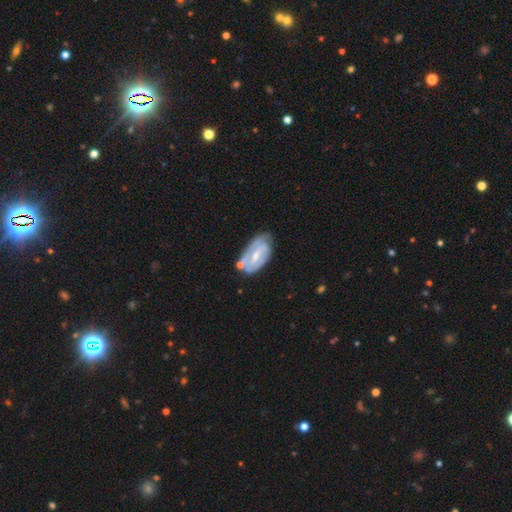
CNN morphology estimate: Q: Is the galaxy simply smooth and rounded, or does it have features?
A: featured or disk — 67%.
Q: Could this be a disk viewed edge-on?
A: no — 93%.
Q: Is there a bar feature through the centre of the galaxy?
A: weak — 48%.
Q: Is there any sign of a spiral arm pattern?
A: yes — 72%.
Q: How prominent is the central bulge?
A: small — 48%.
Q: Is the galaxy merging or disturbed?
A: none — 55%.